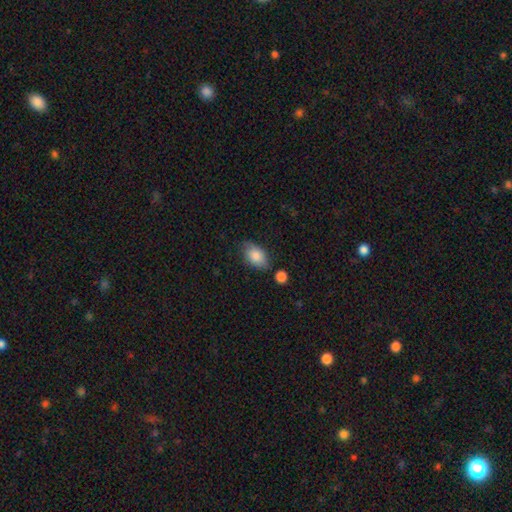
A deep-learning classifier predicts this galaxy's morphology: Q: Smooth or featured?
A: smooth (85%); runner-up: featured or disk (8%)
Q: How rounded?
A: in between (89%); runner-up: round (9%)
Q: Merging?
A: none (69%); runner-up: minor disturbance (21%)